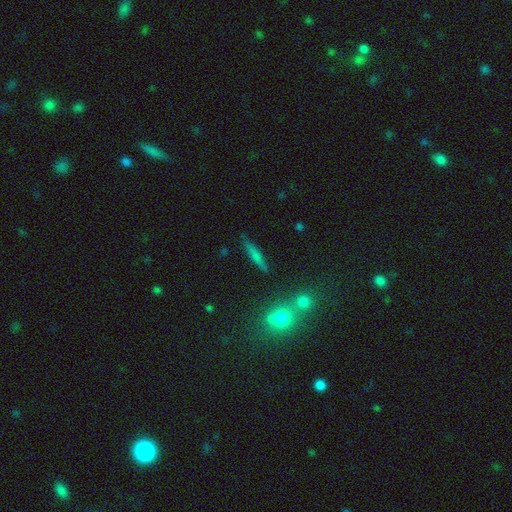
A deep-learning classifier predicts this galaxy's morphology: Smooth or featured? Predicted: smooth (p=0.60). How rounded? Predicted: cigar-shaped (p=0.88). Merging? Predicted: none (p=0.84).